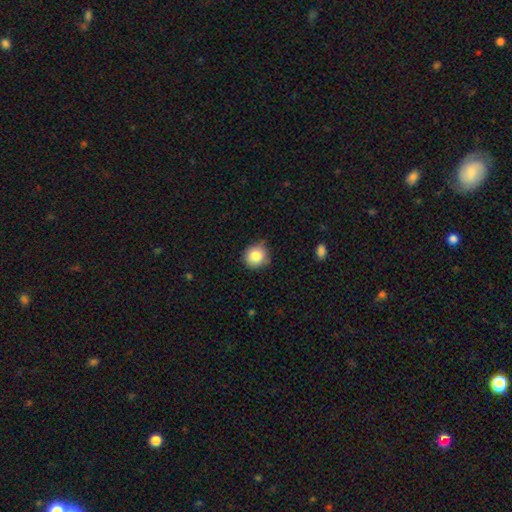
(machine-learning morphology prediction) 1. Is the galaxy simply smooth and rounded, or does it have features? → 85% smooth, 9% star or artifact, 6% featured or disk.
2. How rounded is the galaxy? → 89% round, 10% in between, 1% cigar-shaped.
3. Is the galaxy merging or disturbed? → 78% none, 17% minor disturbance, 3% major disturbance, 2% merger.